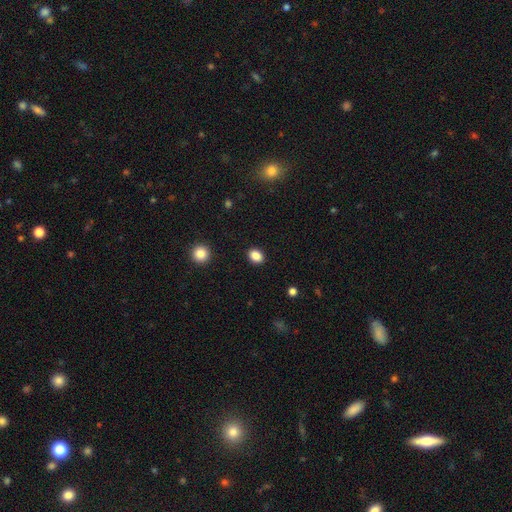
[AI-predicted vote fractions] Smooth or featured: smooth — 86% (star or artifact — 10%)
How rounded: in between — 59% (round — 40%)
Merging: none — 89% (minor disturbance — 7%)